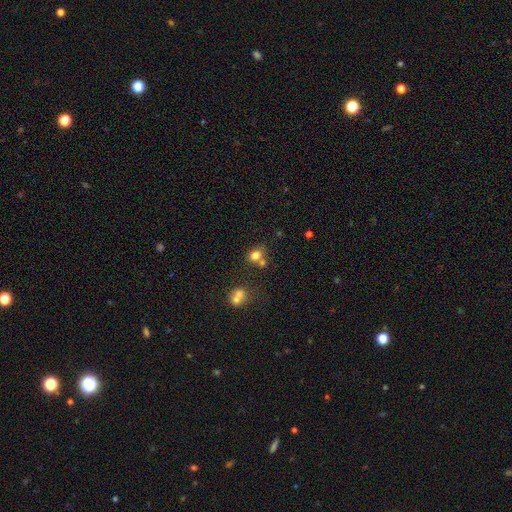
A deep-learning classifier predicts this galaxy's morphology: A smooth galaxy with no disk features (76%) that is round (59%). Merging: none (54%).